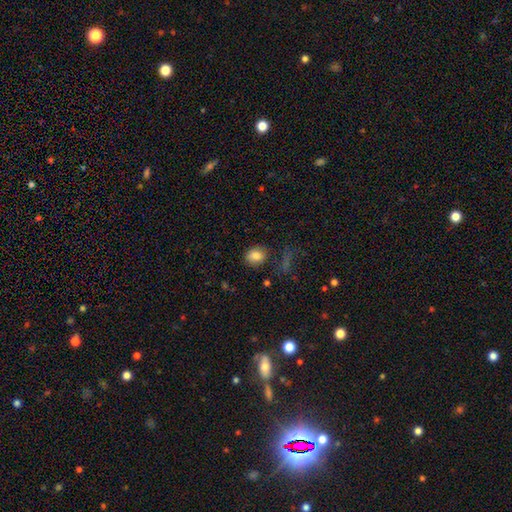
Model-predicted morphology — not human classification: smooth_or_featured: smooth (p=0.83) [alt: star or artifact p=0.10]
how_rounded: round (p=0.54) [alt: in between p=0.45]
merging: none (p=0.82) [alt: minor disturbance p=0.11]